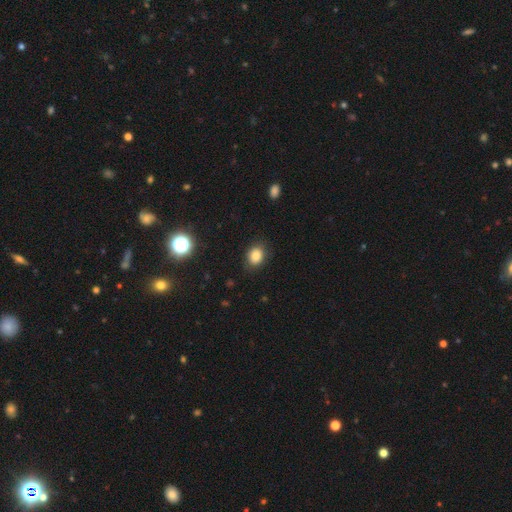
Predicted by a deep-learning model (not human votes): Q: Smooth or featured?
A: smooth (83%); runner-up: star or artifact (11%)
Q: How rounded?
A: in between (51%); runner-up: round (48%)
Q: Merging?
A: none (81%); runner-up: minor disturbance (14%)